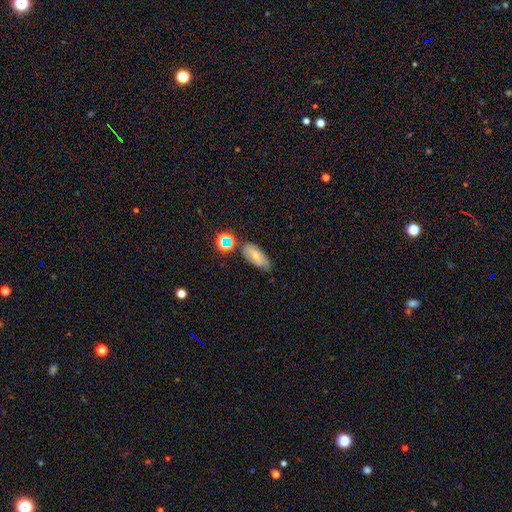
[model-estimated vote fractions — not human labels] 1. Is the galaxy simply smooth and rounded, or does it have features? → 60% smooth, 27% featured or disk, 13% star or artifact.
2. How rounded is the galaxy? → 84% in between, 11% cigar-shaped, 5% round.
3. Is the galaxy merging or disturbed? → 66% none, 23% minor disturbance, 6% merger, 5% major disturbance.